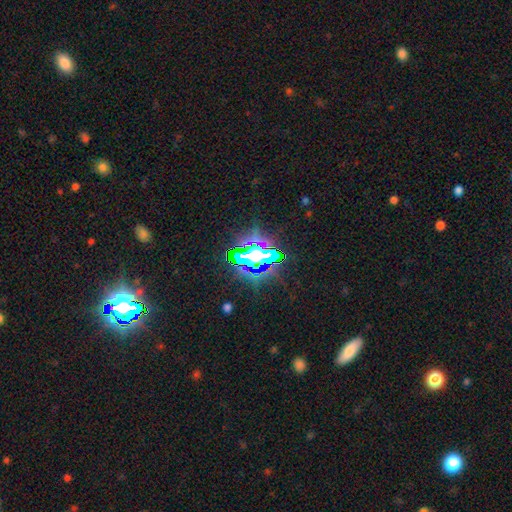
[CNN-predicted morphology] This appears to be a star or artifact, not a galaxy (66%).